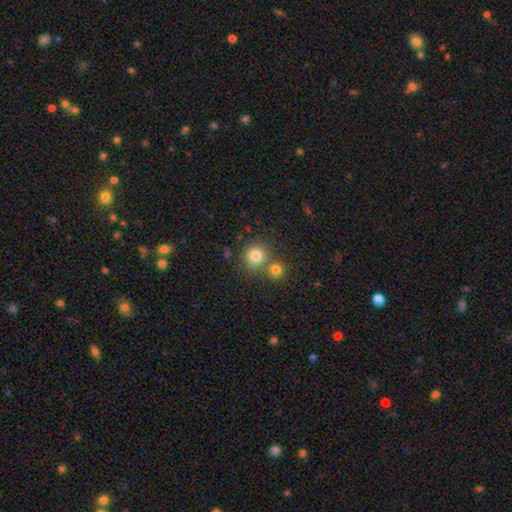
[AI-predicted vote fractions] Smooth or featured? smooth (80%)
How rounded? round (88%)
Merging? none (58%)